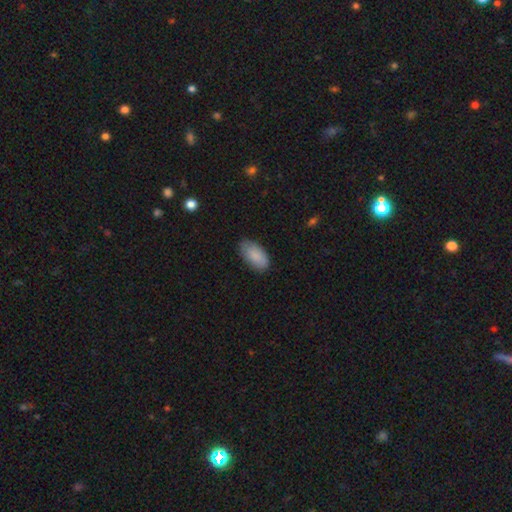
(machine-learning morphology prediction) Overall: smooth (88%). How rounded: in between (95%). Merging: none (81%).